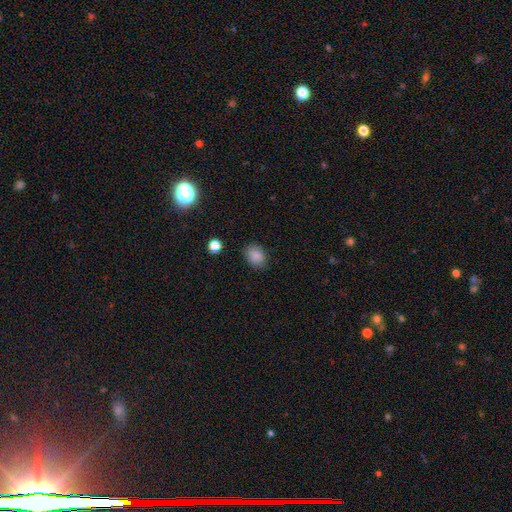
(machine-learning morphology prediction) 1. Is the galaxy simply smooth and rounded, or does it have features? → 86% smooth, 10% star or artifact, 4% featured or disk.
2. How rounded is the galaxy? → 59% in between, 40% round, 1% cigar-shaped.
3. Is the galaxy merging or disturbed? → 83% none, 12% minor disturbance, 3% major disturbance, 1% merger.